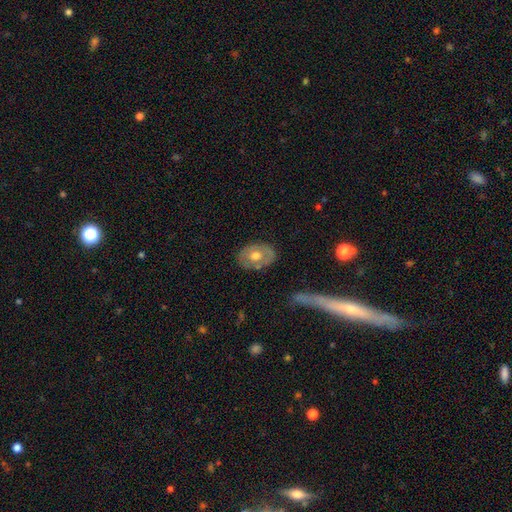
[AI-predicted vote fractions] smooth-or-featured: smooth: 50% | featured or disk: 44% | star or artifact: 7%
  merging: none: 78% | minor disturbance: 15% | major disturbance: 4% | merger: 2%